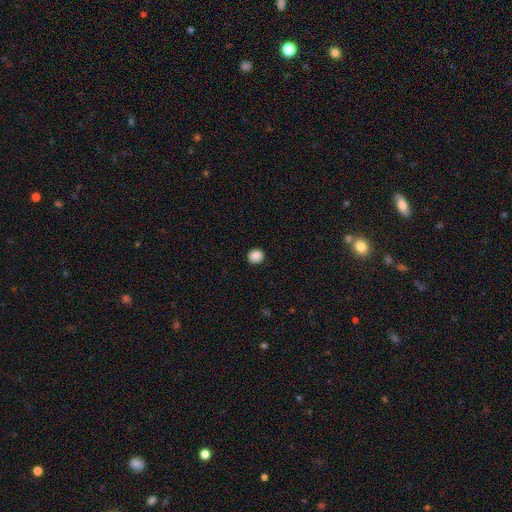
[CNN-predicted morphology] Q: Smooth or featured?
A: smooth (88%); runner-up: star or artifact (9%)
Q: How rounded?
A: round (87%); runner-up: in between (13%)
Q: Merging?
A: none (92%); runner-up: minor disturbance (6%)